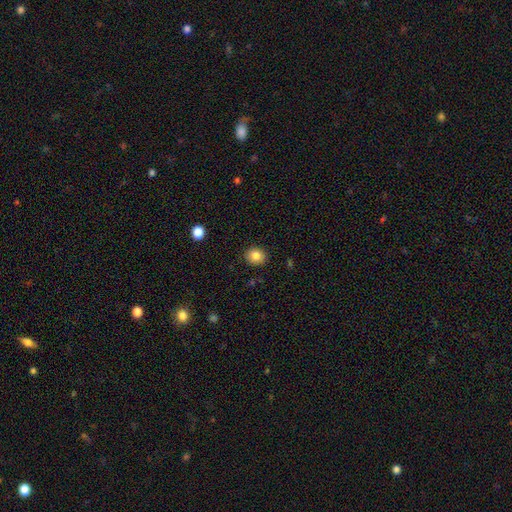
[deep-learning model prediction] This appears to be a smooth galaxy with no disk features (83%) that is round (72%). Merging: none (90%).